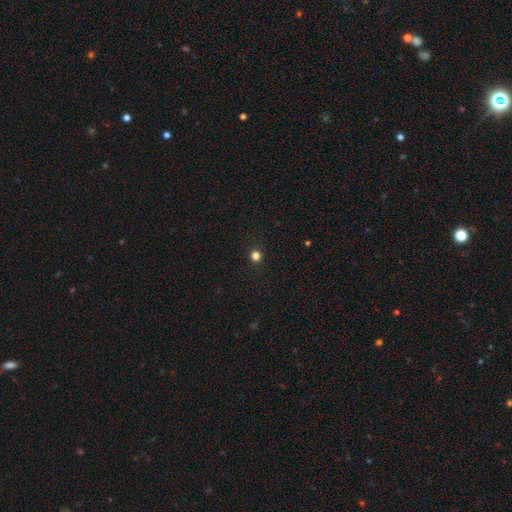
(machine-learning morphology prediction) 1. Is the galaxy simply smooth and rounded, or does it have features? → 78% smooth, 18% star or artifact, 4% featured or disk.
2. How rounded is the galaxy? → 92% round, 7% in between, 1% cigar-shaped.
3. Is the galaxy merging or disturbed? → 92% none, 5% minor disturbance, 2% major disturbance, 1% merger.